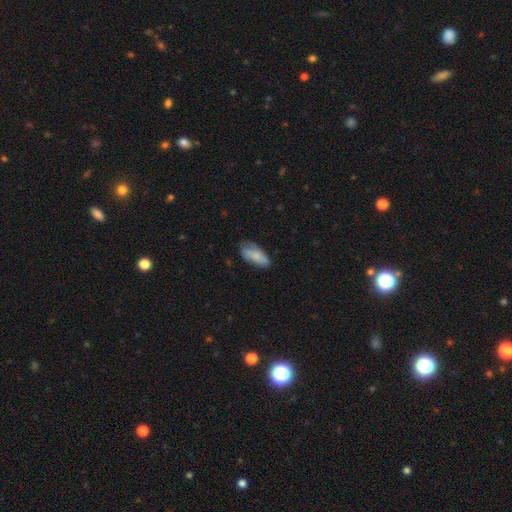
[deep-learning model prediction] A smooth galaxy with no disk features (67%) that is in between round and cigar-shaped (86%). Merging: none (58%).